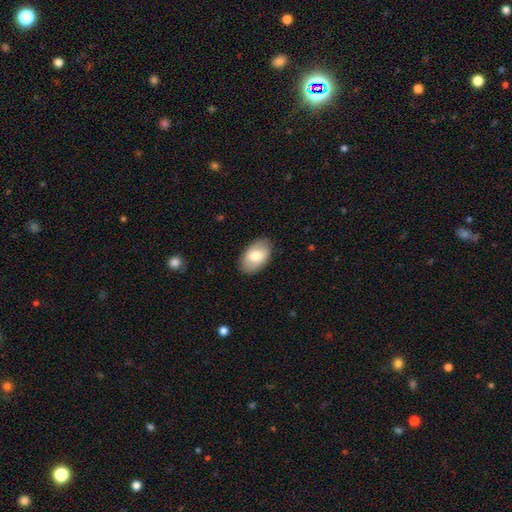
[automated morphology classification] This appears to be a smooth galaxy with no disk features (71%) that is in between round and cigar-shaped (92%). Merging: none (86%).